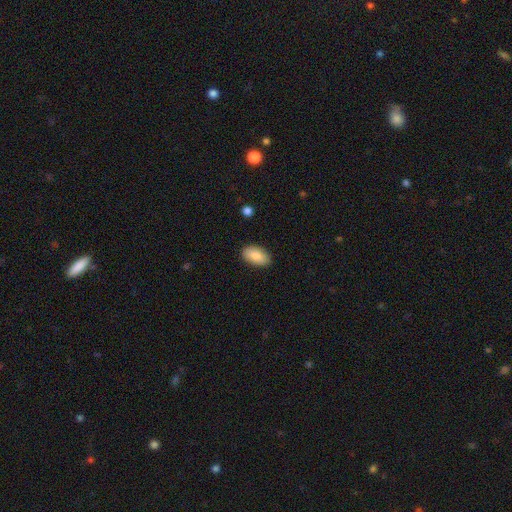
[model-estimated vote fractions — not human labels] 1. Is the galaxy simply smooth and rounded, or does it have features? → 87% smooth, 7% featured or disk, 6% star or artifact.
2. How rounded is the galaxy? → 95% in between, 3% round, 2% cigar-shaped.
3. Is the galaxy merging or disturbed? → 88% none, 9% minor disturbance, 2% major disturbance, 1% merger.